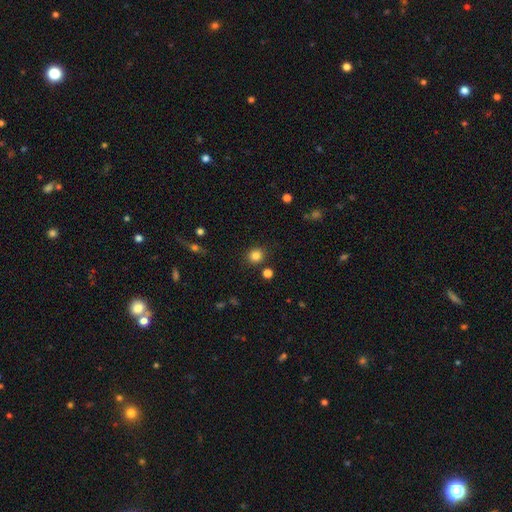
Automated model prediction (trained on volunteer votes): smooth 83%, star or artifact 12%, featured or disk 5%. Down the decision tree: how rounded — round (87%); merging — none (87%).